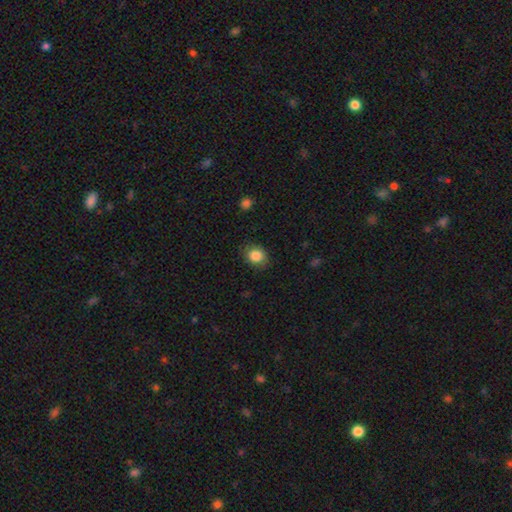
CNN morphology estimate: smooth 86%, star or artifact 9%, featured or disk 5%. Down the decision tree: how rounded — round (57%); merging — none (82%).